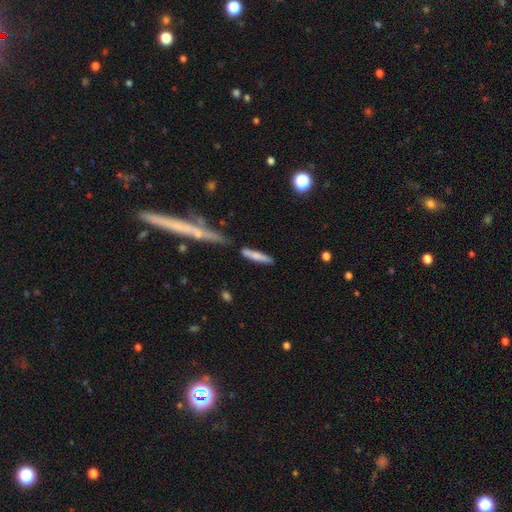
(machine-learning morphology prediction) Smooth or featured?
  - smooth: 68% *
  - featured or disk: 26%
  - star or artifact: 6%
How rounded?
  - cigar-shaped: 85% *
  - in between: 13%
  - round: 2%
Merging?
  - none: 74% *
  - minor disturbance: 14%
  - merger: 8%
  - major disturbance: 4%